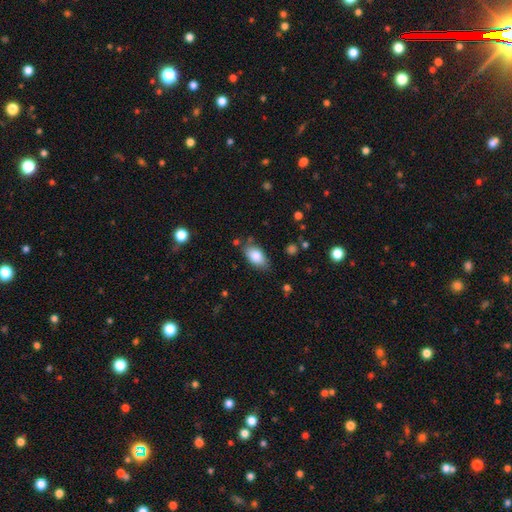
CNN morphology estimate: A smooth galaxy with no disk features (84%) that is in between round and cigar-shaped (91%).

Vote fractions:
- Smooth or featured? smooth: 84% / featured or disk: 9% / star or artifact: 7%
- How rounded? in between: 91% / round: 5% / cigar-shaped: 4%
- Merging? none: 75% / minor disturbance: 18% / major disturbance: 4% / merger: 3%